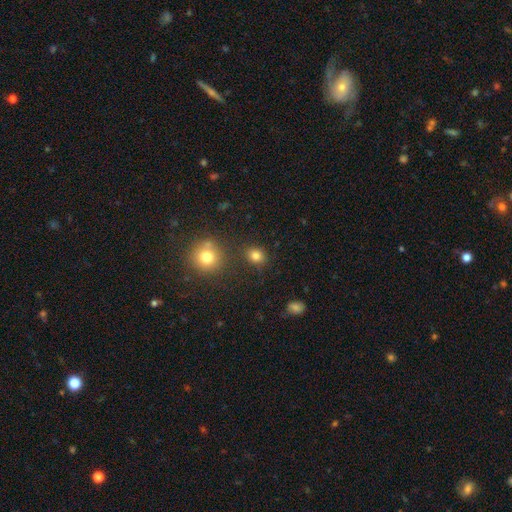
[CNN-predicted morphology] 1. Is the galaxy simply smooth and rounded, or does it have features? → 82% smooth, 13% star or artifact, 5% featured or disk.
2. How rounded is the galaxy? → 70% round, 29% in between, 1% cigar-shaped.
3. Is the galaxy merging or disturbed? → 82% none, 10% minor disturbance, 5% merger, 3% major disturbance.